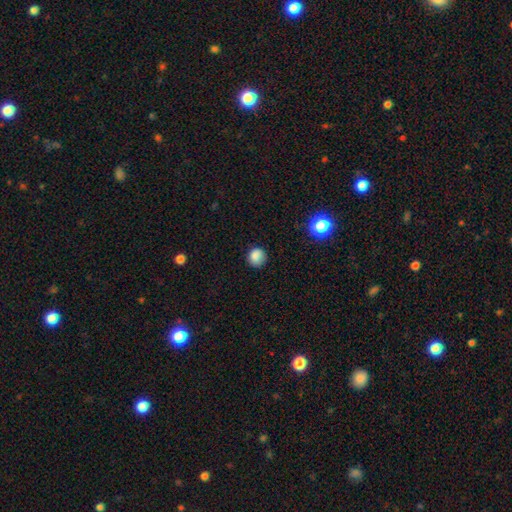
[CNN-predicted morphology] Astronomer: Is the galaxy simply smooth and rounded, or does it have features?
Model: smooth — 85%.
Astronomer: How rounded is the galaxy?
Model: round — 87%.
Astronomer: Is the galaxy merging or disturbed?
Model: none — 79%.